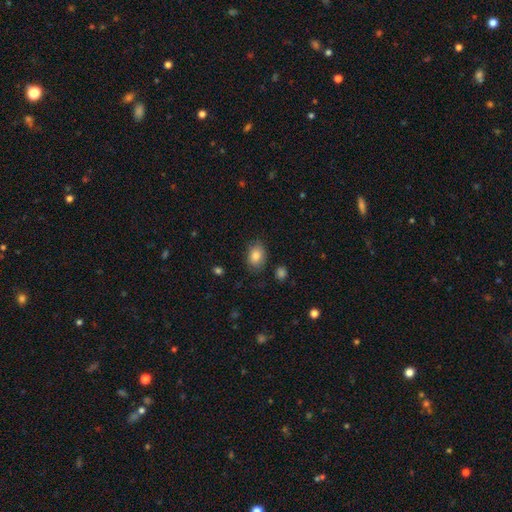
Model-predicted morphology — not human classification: Smooth or featured? smooth (84%)
How rounded? in between (77%)
Merging? none (77%)